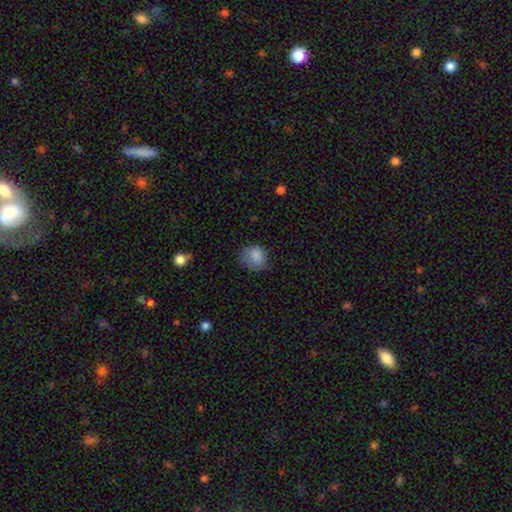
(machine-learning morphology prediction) This appears to be a smooth galaxy with no disk features (84%) that is round (69%). Merging: none (60%).